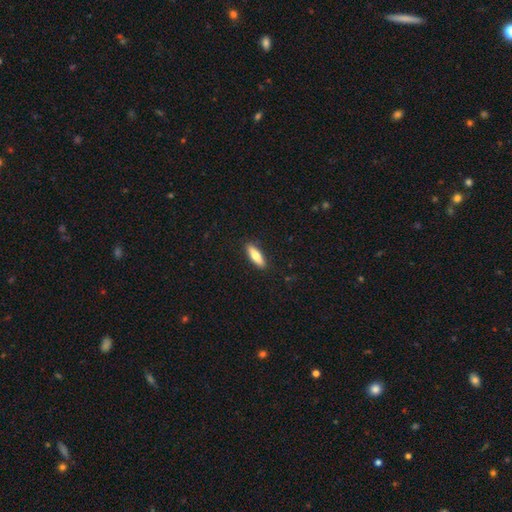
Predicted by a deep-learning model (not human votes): Overall: smooth (72%). How rounded: cigar-shaped (53%; in between 45%). Merging: none (89%).